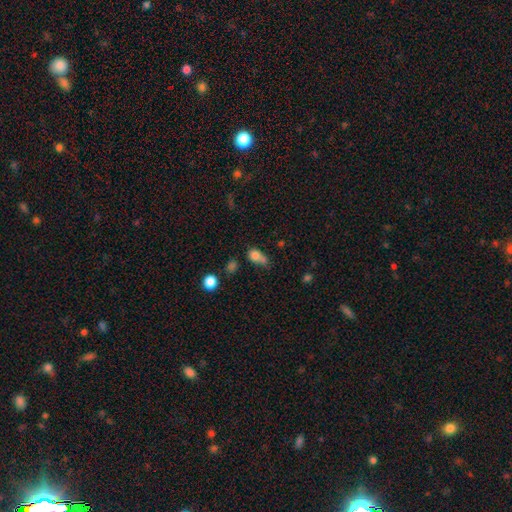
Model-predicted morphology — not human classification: This is likely a smooth galaxy (76%). How rounded: possibly in between (53%). Merging: marginally merger (31%).